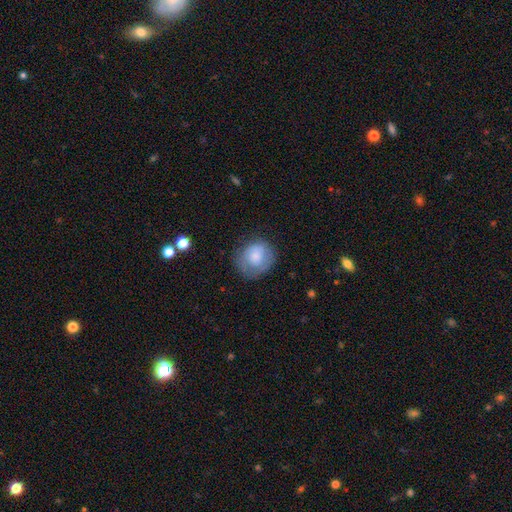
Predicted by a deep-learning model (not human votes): A smooth galaxy with no disk features (68%) that is round (77%). Merging: none (65%).